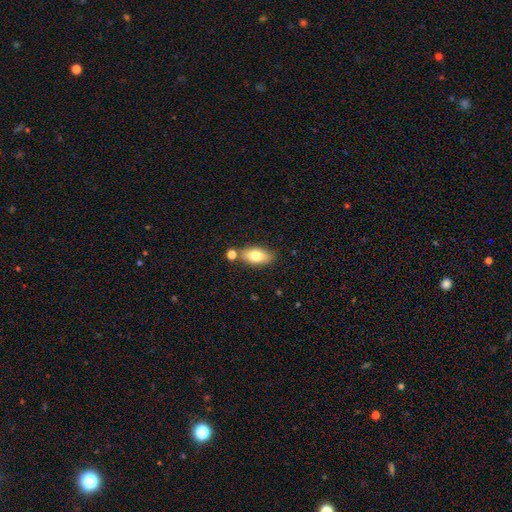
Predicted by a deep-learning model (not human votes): smooth 76%, featured or disk 17%, star or artifact 8%. Down the decision tree: how rounded — in between (88%); merging — none (75%).